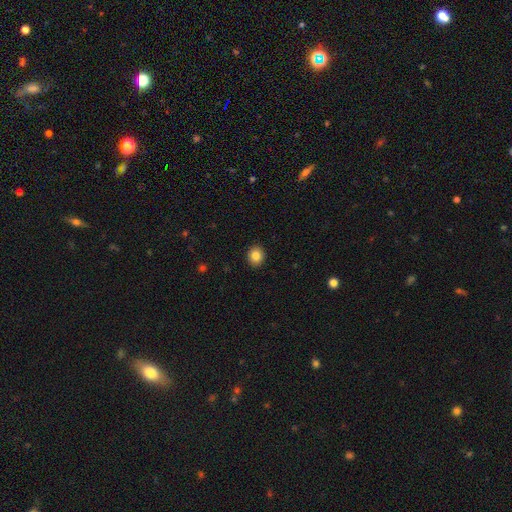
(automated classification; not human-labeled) A smooth galaxy with no disk features (84%) that is round (72%). Merging: none (92%).